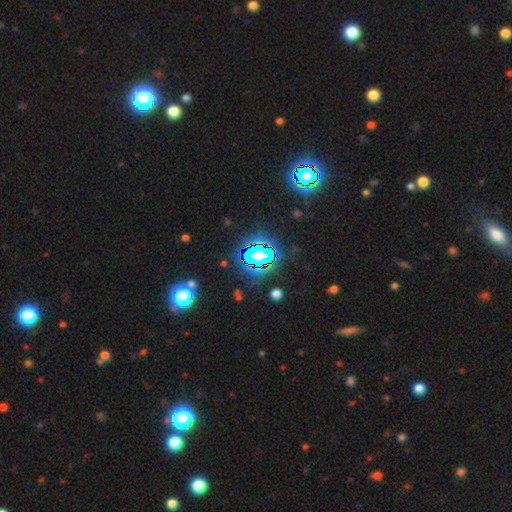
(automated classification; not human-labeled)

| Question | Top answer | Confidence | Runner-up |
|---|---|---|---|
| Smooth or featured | star or artifact | 64% | smooth (22%) |